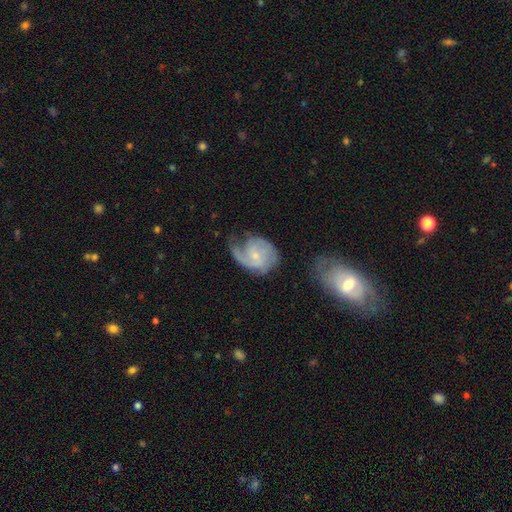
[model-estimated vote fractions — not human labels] Smooth or featured? Predicted: featured or disk (p=0.77). Edge-on disk? Predicted: no (p=0.98). Bar? Predicted: no (p=0.58). Spiral arms? Predicted: yes (p=0.92). Spiral winding? Predicted: medium (p=0.44). Spiral arm count? Predicted: 2 (p=0.44). Bulge size? Predicted: small (p=0.69). Merging? Predicted: none (p=0.43).